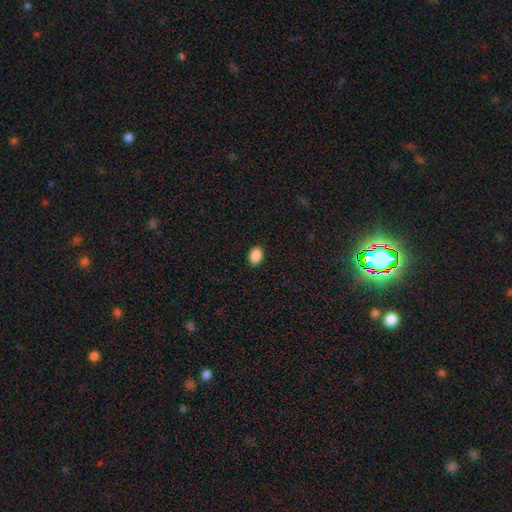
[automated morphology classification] Overall: smooth (89%). How rounded: in between (74%). Merging: none (90%).